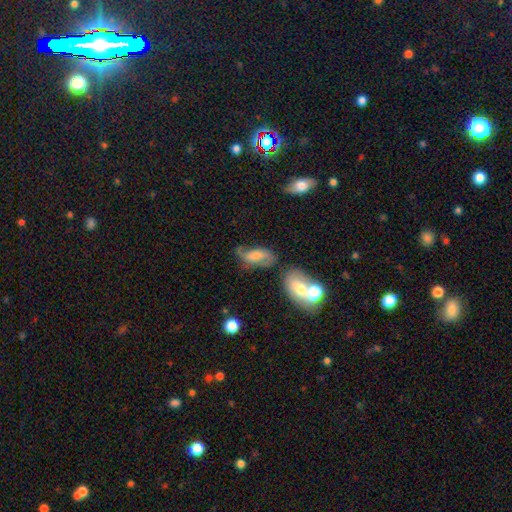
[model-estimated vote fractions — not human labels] Smooth or featured: featured or disk — 47% (smooth — 43%)
Merging: none — 39% (minor disturbance — 27%)